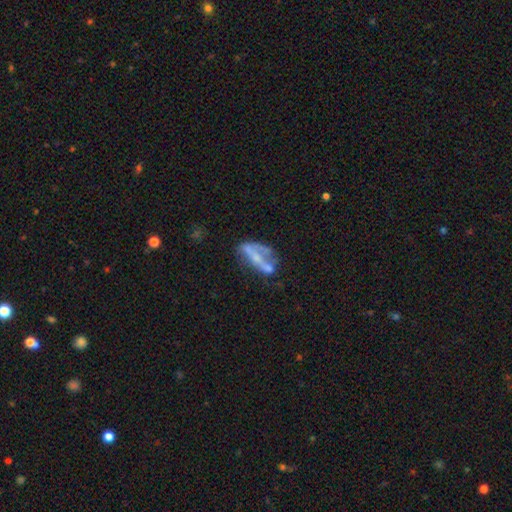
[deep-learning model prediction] Smooth or featured?
  - featured or disk: 58% *
  - smooth: 32%
  - star or artifact: 10%
Edge-on disk?
  - no: 87% *
  - yes: 13%
Bar?
  - no: 69% *
  - weak: 16%
  - strong: 15%
Spiral arms?
  - no: 81% *
  - yes: 19%
Bulge size?
  - small: 39% *
  - none: 29%
  - moderate: 26%
  - large: 3%
  - dominant: 2%
Merging?
  - none: 29% *
  - major disturbance: 27%
  - merger: 25%
  - minor disturbance: 20%